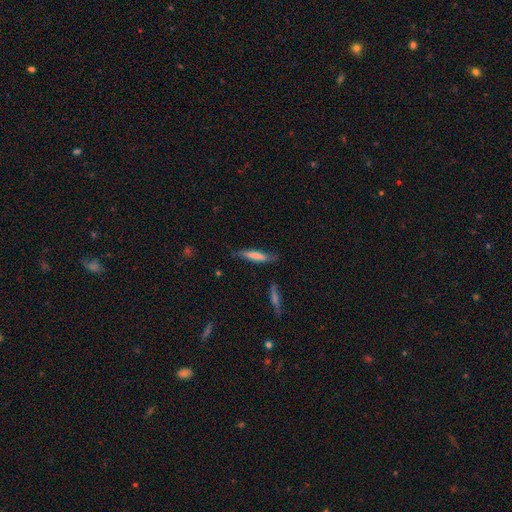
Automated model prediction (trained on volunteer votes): The model was most divided on "smooth or featured": smooth: 70%, featured or disk: 24%, star or artifact: 6%. More confident: how rounded — cigar-shaped (86%); merging — none (69%).